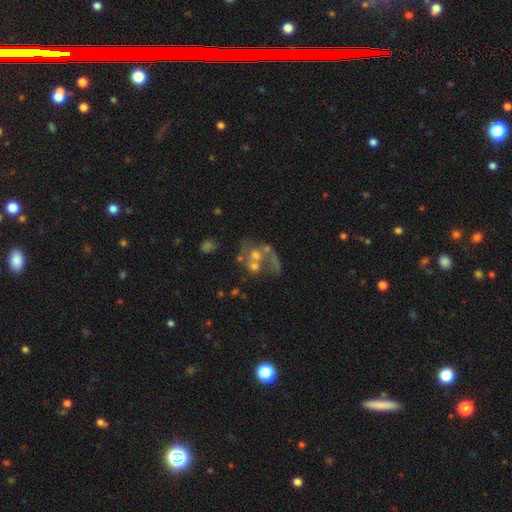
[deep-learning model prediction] Morphology: type=featured or disk (55%); edge-on=no (97%); bar=no (87%); spiral arms=no (76%); bulge=moderate (39%); merging=merger (42%).